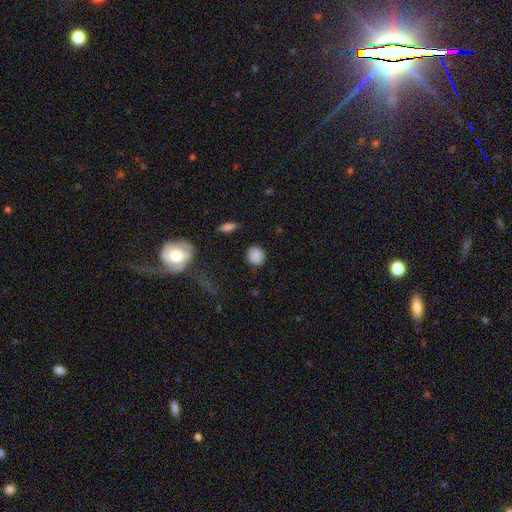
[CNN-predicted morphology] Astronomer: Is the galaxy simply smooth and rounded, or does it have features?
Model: smooth — 86%.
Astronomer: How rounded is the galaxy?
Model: round — 86%.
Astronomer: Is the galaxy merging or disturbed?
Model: none — 87%.